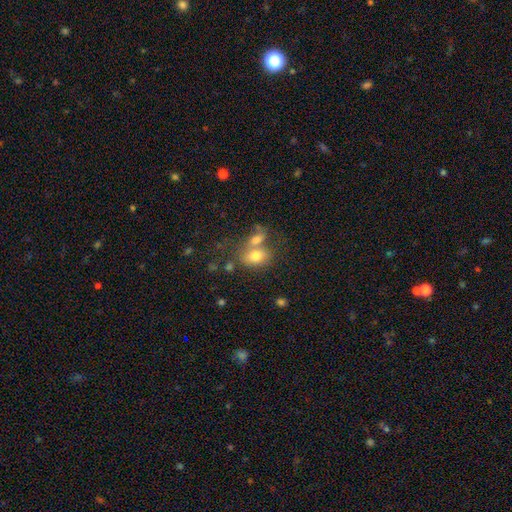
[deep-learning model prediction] The model was most divided on "merging": merger: 49%, none: 33%, minor disturbance: 12%, major disturbance: 7%. More confident: smooth or featured — smooth (74%); how rounded — in between (70%).